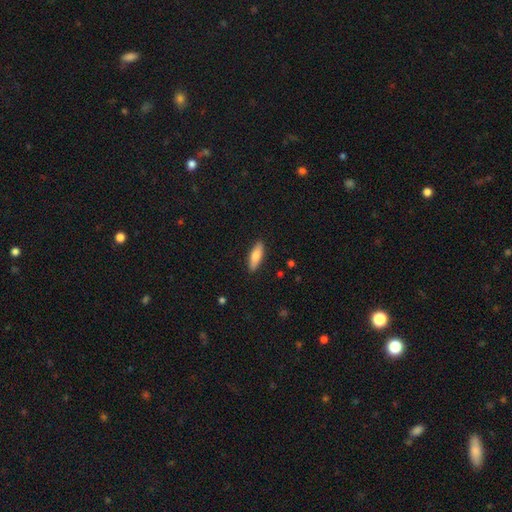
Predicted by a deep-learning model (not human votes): Smooth or featured?
  - smooth: 76% *
  - featured or disk: 18%
  - star or artifact: 6%
How rounded?
  - in between: 50% *
  - cigar-shaped: 47%
  - round: 2%
Merging?
  - none: 89% *
  - minor disturbance: 8%
  - major disturbance: 2%
  - merger: 1%